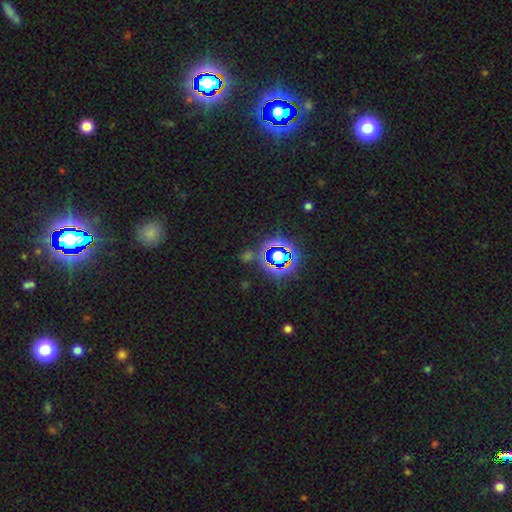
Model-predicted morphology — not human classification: Smooth or featured? star or artifact (77%)